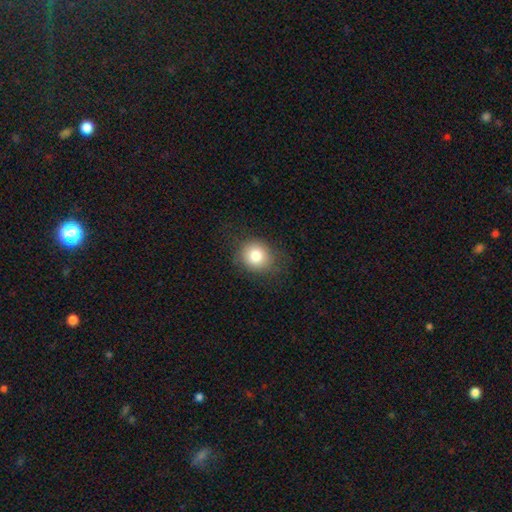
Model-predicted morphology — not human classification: A smooth galaxy with no disk features (81%) that is round (76%). Merging: none (78%).